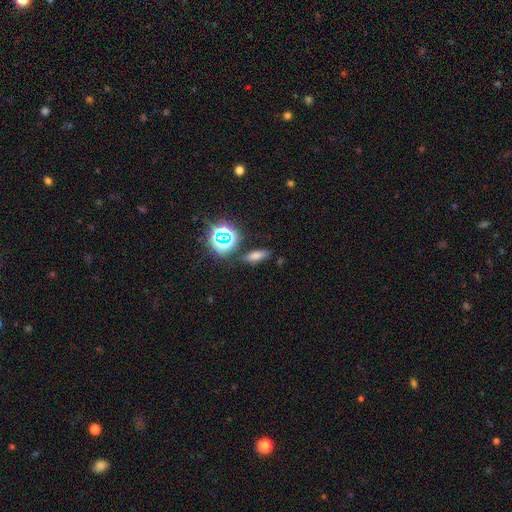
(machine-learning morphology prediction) Smooth or featured? smooth (65%)
How rounded? in between (61%)
Merging? none (82%)